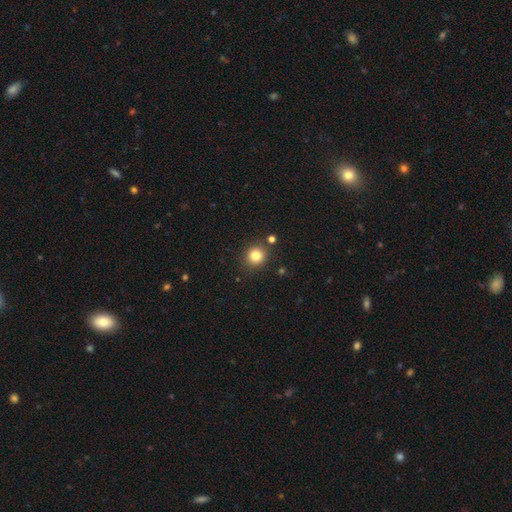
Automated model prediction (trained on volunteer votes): smooth 82%, star or artifact 12%, featured or disk 6%. Down the decision tree: how rounded — round (90%); merging — none (86%).